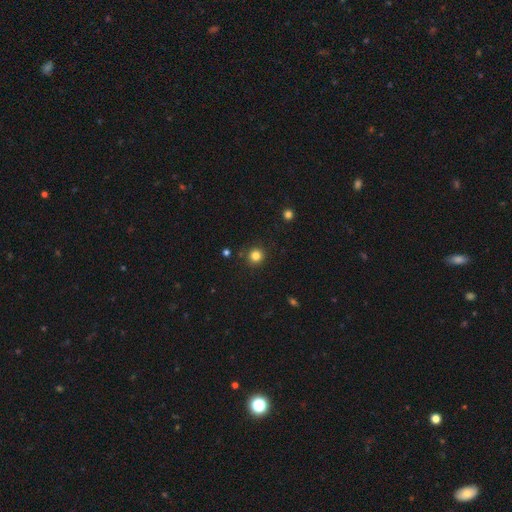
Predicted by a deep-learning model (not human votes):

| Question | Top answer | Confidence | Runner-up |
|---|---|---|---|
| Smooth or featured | smooth | 82% | star or artifact (13%) |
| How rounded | round | 93% | in between (6%) |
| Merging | none | 89% | minor disturbance (7%) |